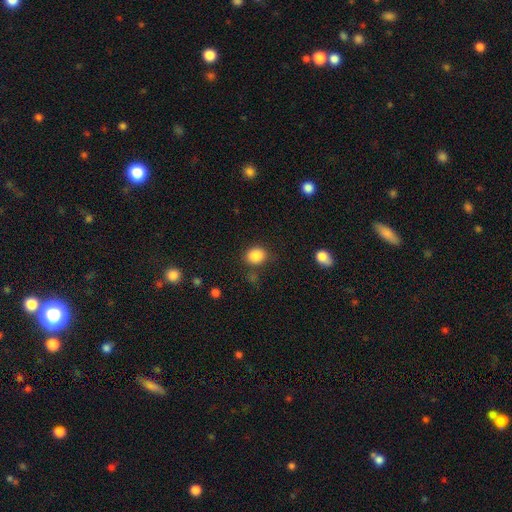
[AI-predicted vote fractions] smooth-or-featured: smooth: 86% | star or artifact: 10% | featured or disk: 4%
  how-rounded: round: 65% | in between: 34% | cigar-shaped: 1%
  merging: none: 78% | minor disturbance: 13% | major disturbance: 5% | merger: 4%